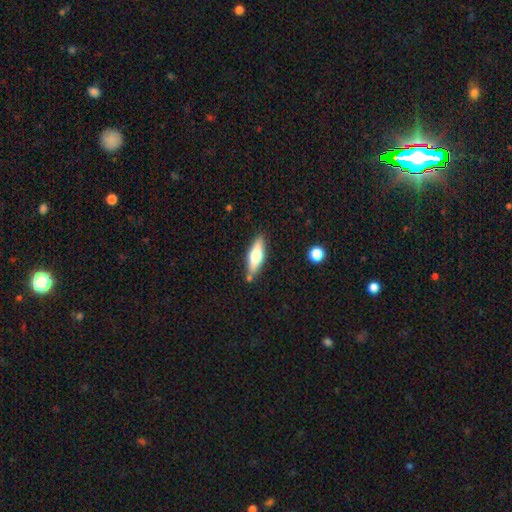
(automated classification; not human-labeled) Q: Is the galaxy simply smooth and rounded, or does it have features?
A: smooth — 54%.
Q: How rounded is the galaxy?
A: cigar-shaped — 49%.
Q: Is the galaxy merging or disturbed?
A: none — 81%.